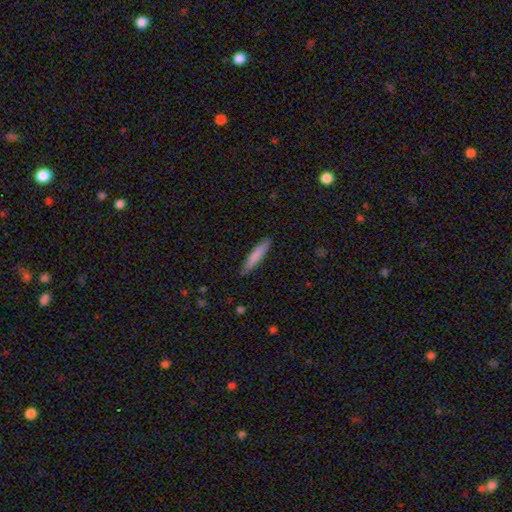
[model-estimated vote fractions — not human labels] smooth 81%, featured or disk 14%, star or artifact 6%. Down the decision tree: how rounded — cigar-shaped (90%); merging — none (87%).